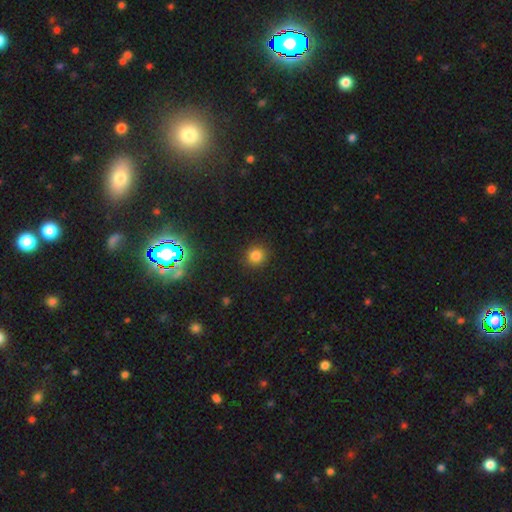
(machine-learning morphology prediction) Smooth or featured: smooth — 81% (star or artifact — 15%)
How rounded: round — 89% (in between — 10%)
Merging: none — 89% (minor disturbance — 7%)